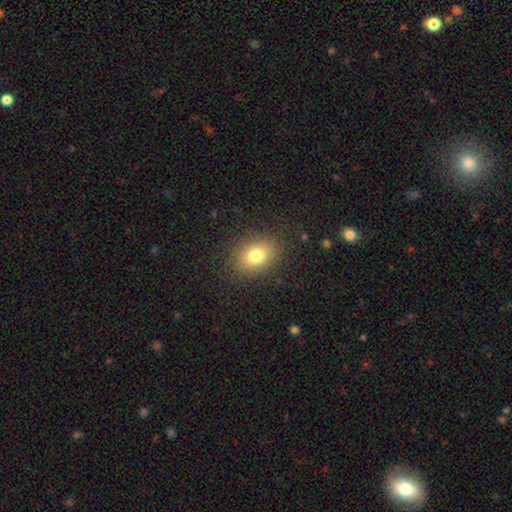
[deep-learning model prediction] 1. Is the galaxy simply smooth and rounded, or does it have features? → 78% smooth, 11% star or artifact, 11% featured or disk.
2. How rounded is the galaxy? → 69% in between, 30% round, 1% cigar-shaped.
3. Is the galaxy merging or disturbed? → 85% none, 10% minor disturbance, 4% major disturbance, 1% merger.